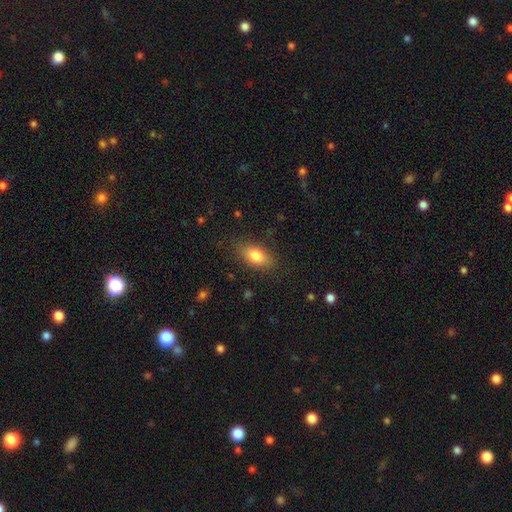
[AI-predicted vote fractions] smooth-or-featured: smooth: 79% | featured or disk: 13% | star or artifact: 8%
  how-rounded: in between: 85% | cigar-shaped: 8% | round: 7%
  merging: none: 82% | minor disturbance: 13% | major disturbance: 4% | merger: 1%